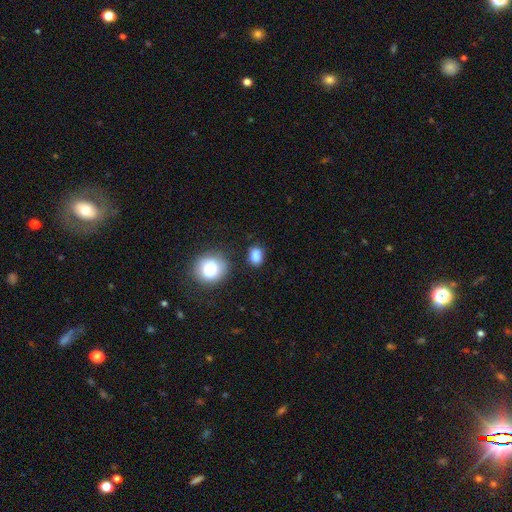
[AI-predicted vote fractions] Smooth or featured? smooth (83%)
How rounded? in between (61%)
Merging? none (66%)